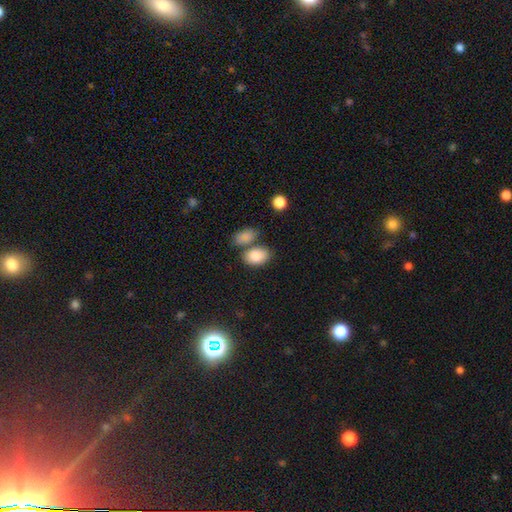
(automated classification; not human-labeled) smooth_or_featured: smooth (p=0.86) [alt: star or artifact p=0.07]
how_rounded: in between (p=0.87) [alt: round p=0.12]
merging: none (p=0.57) [alt: merger p=0.24]